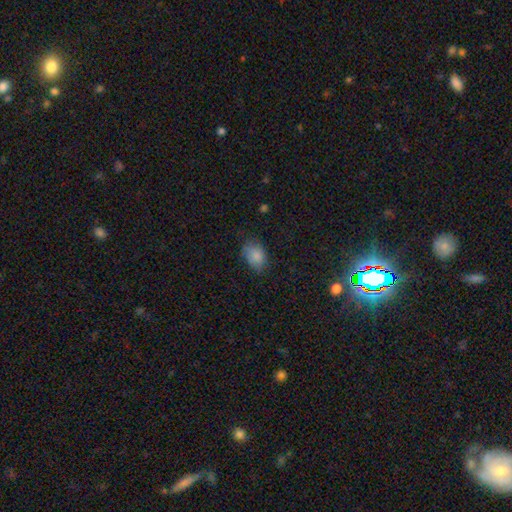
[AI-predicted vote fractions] smooth-or-featured: smooth: 84% | star or artifact: 8% | featured or disk: 8%
  how-rounded: in between: 81% | round: 18% | cigar-shaped: 1%
  merging: none: 65% | minor disturbance: 27% | major disturbance: 7% | merger: 1%